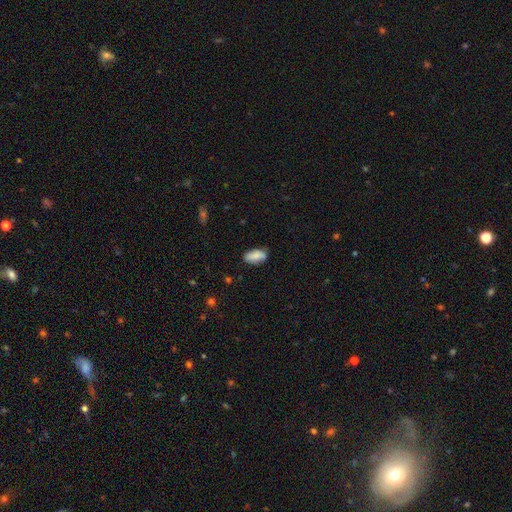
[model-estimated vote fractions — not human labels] Overall: smooth (83%). How rounded: in between (90%). Merging: none (74%).